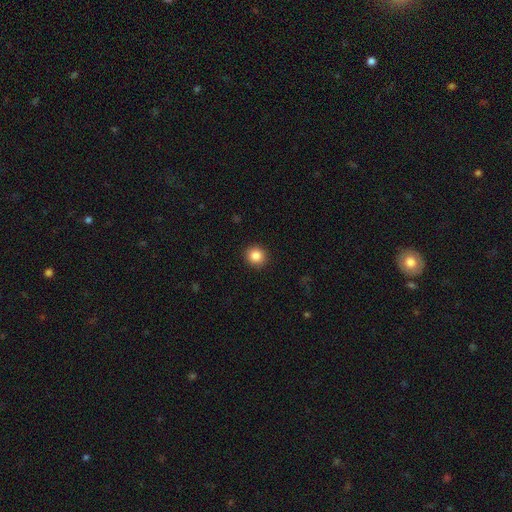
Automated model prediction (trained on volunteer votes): A smooth galaxy with no disk features (86%) that is round (92%).

Vote fractions:
- Smooth or featured? smooth: 86% / star or artifact: 10% / featured or disk: 5%
- How rounded? round: 92% / in between: 7% / cigar-shaped: 1%
- Merging? none: 93% / minor disturbance: 5% / major disturbance: 2% / merger: 1%